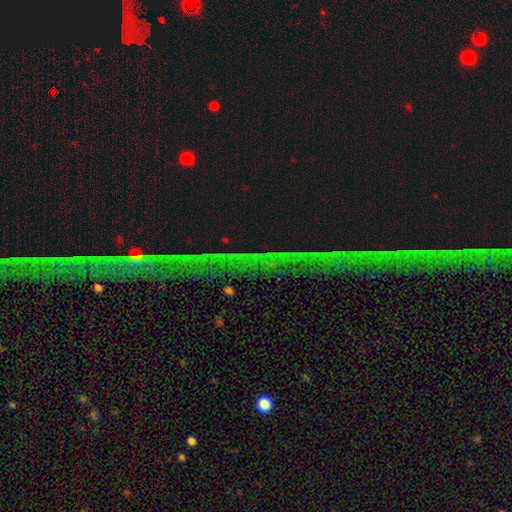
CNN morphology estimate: smooth-or-featured: star or artifact: 75% | featured or disk: 13% | smooth: 12%